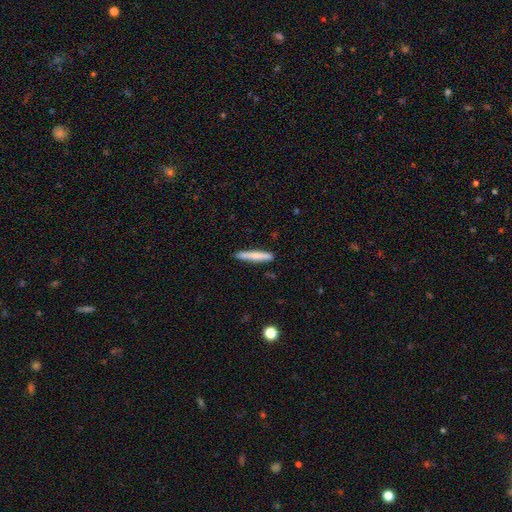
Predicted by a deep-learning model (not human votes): Smooth or featured? Predicted: smooth (p=0.73). How rounded? Predicted: cigar-shaped (p=0.95). Merging? Predicted: none (p=0.89).